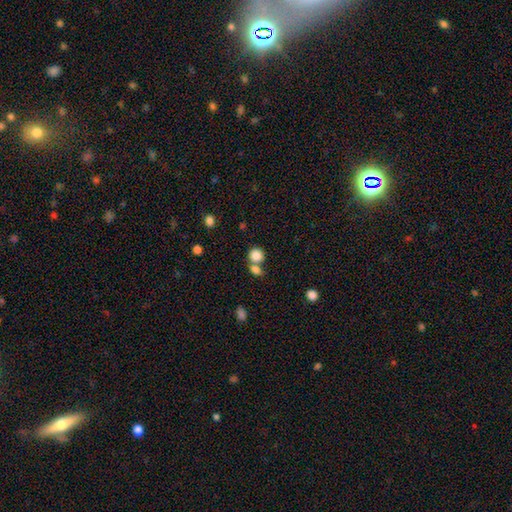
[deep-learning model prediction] The model was most divided on "merging": none: 49%, merger: 38%, minor disturbance: 8%, major disturbance: 4%. More confident: smooth or featured — smooth (84%); how rounded — round (83%).